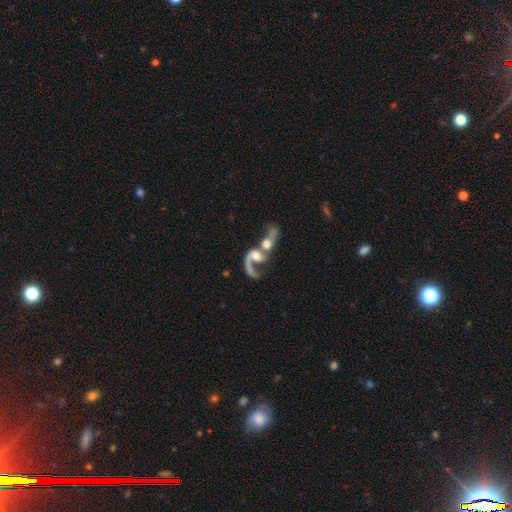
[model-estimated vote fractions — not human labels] Smooth or featured: featured or disk — 69% (smooth — 22%)
Edge-on disk: no — 95% (yes — 5%)
Bar: no — 64% (weak — 26%)
Spiral arms: yes — 77% (no — 23%)
Spiral winding: loose — 78% (medium — 17%)
Spiral arm count: 1 — 58% (2 — 34%)
Bulge size: moderate — 41% (large — 26%)
Merging: merger — 76% (major disturbance — 12%)